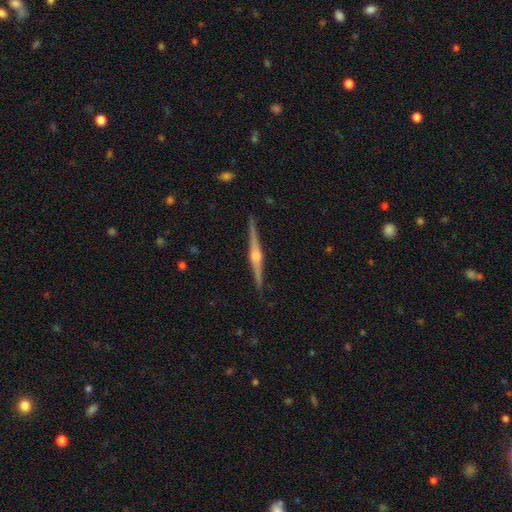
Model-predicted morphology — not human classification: type=featured or disk (86%); edge-on=yes (99%); edge-on bulge=rounded (87%); merging=none (92%).